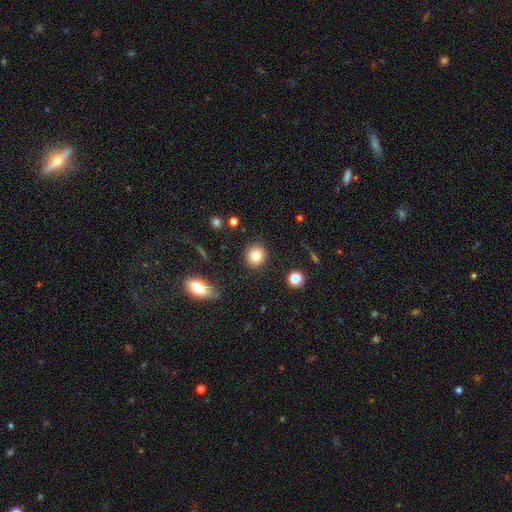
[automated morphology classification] A smooth galaxy with no disk features (82%) that is round (87%). Merging: none (89%).